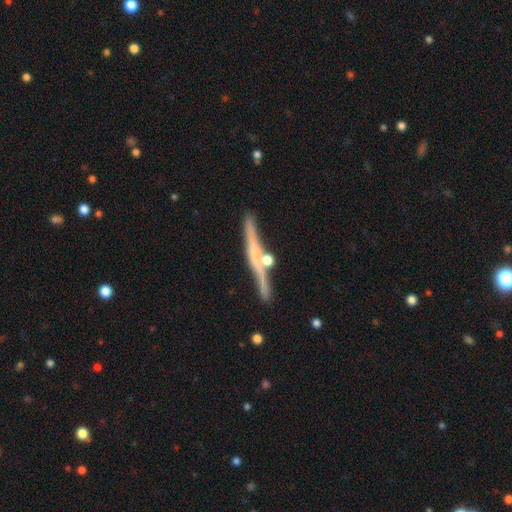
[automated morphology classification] A featured or disk galaxy (70%) viewed edge-on (97%) with a rounded central bulge (58%). Merging: none (79%).